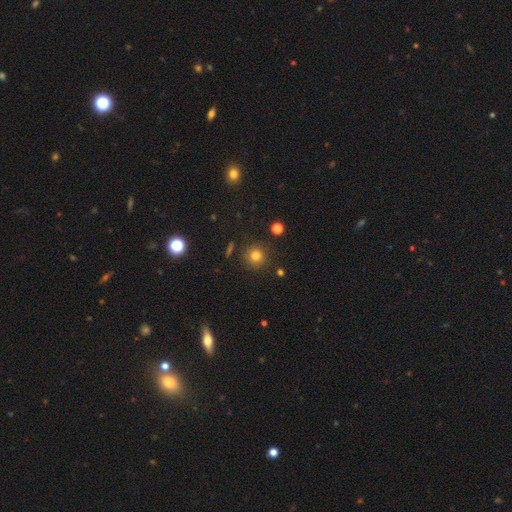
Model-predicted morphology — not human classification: smooth_or_featured: smooth (p=0.77) [alt: star or artifact p=0.16]
how_rounded: round (p=0.94) [alt: in between p=0.05]
merging: none (p=0.87) [alt: minor disturbance p=0.08]